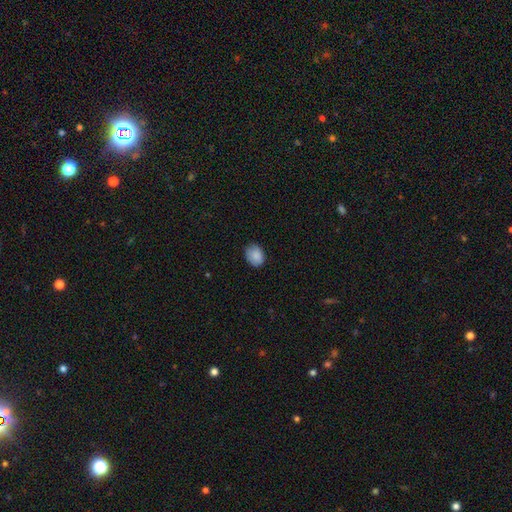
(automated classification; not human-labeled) Overall: smooth (88%). How rounded: in between (62%; round 37%). Merging: none (78%).